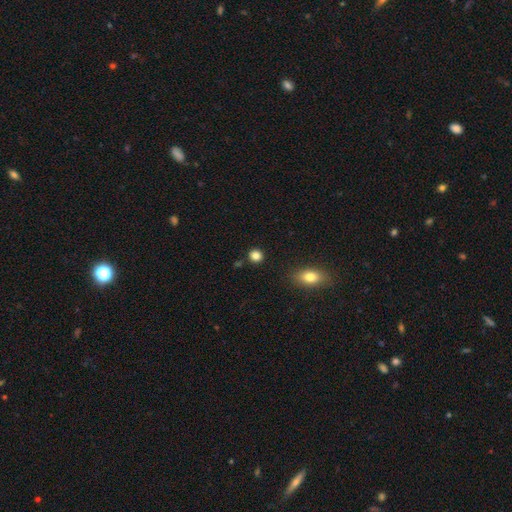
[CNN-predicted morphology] smooth-or-featured: smooth: 84% | star or artifact: 11% | featured or disk: 5%
  how-rounded: round: 88% | in between: 11% | cigar-shaped: 1%
  merging: none: 88% | minor disturbance: 7% | merger: 3% | major disturbance: 2%